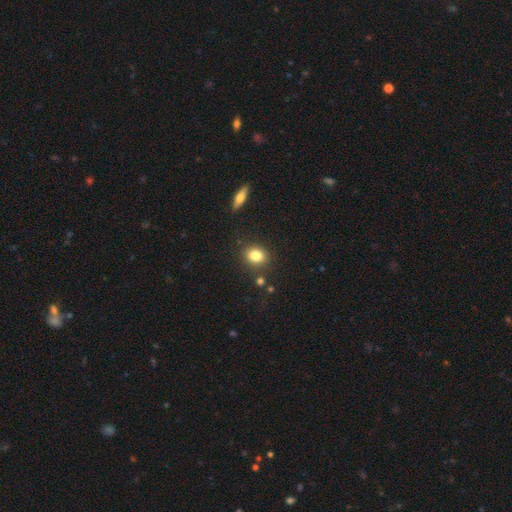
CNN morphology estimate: Smooth or featured? smooth (83%)
How rounded? round (61%)
Merging? none (84%)